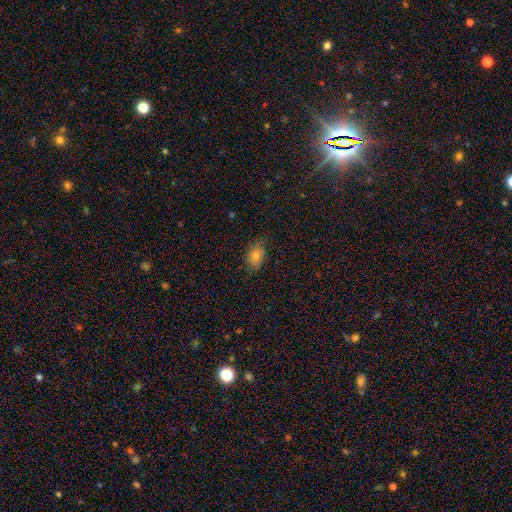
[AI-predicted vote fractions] The model was most divided on "merging": none: 77%, minor disturbance: 18%, major disturbance: 4%, merger: 1%. More confident: how rounded — in between (84%); smooth or featured — smooth (74%).